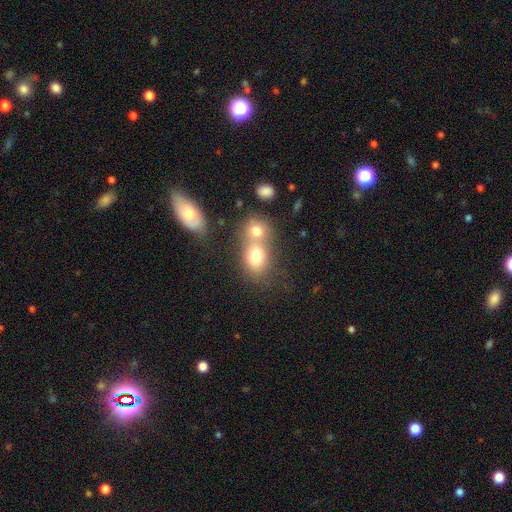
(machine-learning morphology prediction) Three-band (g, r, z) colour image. It shows a smooth galaxy with no disk features (74%) that is in between round and cigar-shaped (50%). Merging: merger (57%).